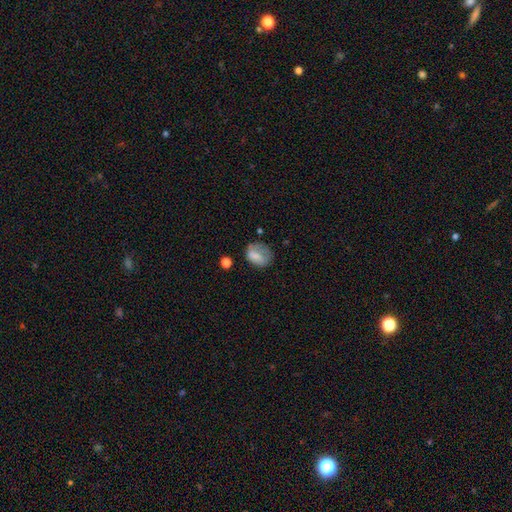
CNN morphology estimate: A smooth galaxy with no disk features (72%) that is round (49%, tied with in between). Merging: none (48%).